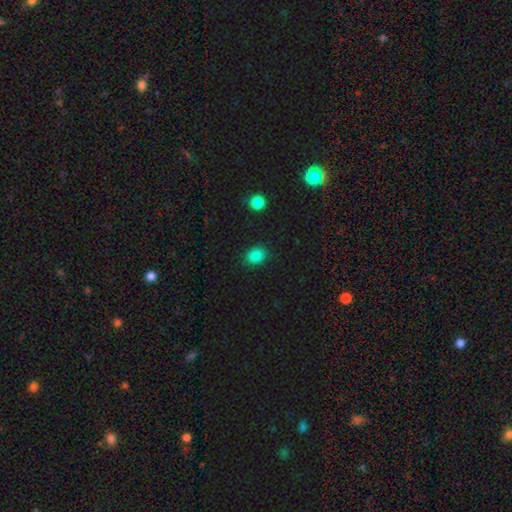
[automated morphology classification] Overall: smooth (85%). How rounded: in between (51%; round 48%). Merging: none (87%).